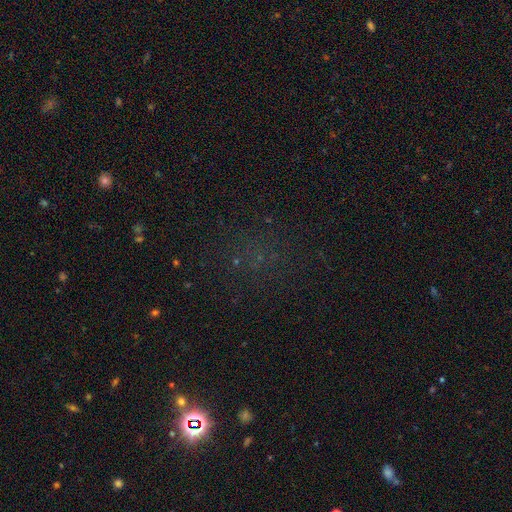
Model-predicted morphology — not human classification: Smooth or featured: star or artifact — 58% (smooth — 30%)